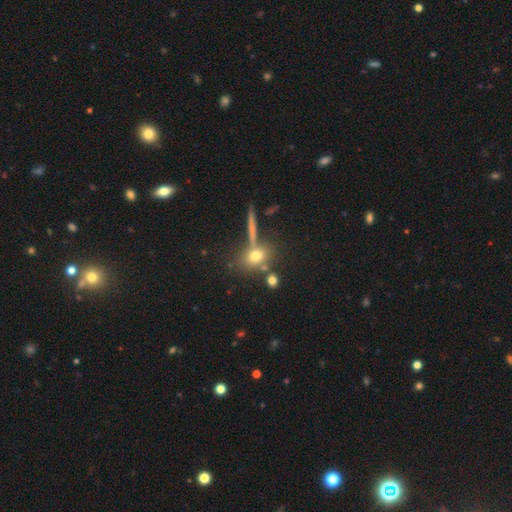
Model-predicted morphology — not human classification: The model was most divided on "how rounded": round: 53%, in between: 41%, cigar-shaped: 6%. More confident: smooth or featured — smooth (69%); merging — none (64%).